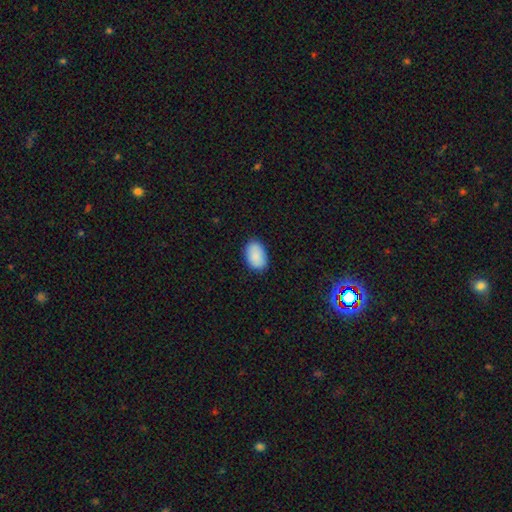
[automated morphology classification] Q: Smooth or featured?
A: smooth (89%); runner-up: star or artifact (7%)
Q: How rounded?
A: in between (90%); runner-up: round (9%)
Q: Merging?
A: none (83%); runner-up: minor disturbance (13%)